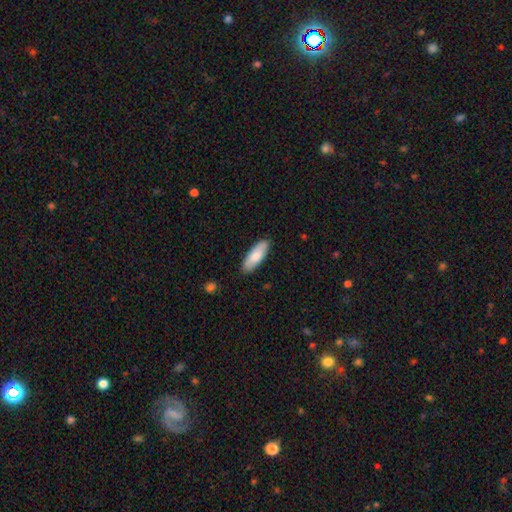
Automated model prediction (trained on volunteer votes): Morphology: type=smooth (81%); roundness=in between (66%); merging=none (88%).